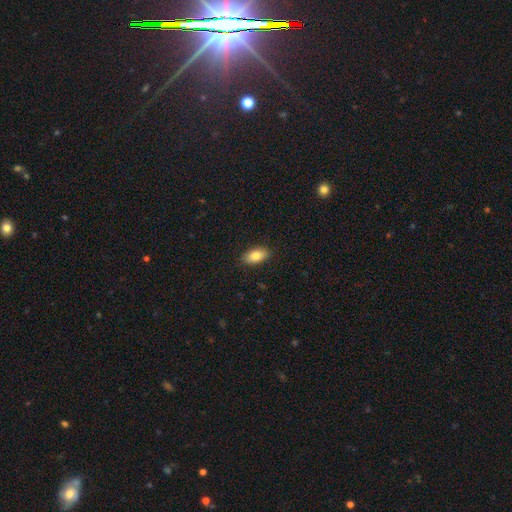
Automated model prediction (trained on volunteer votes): smooth_or_featured: smooth (p=0.82) [alt: featured or disk p=0.10]
how_rounded: in between (p=0.92) [alt: round p=0.05]
merging: none (p=0.88) [alt: minor disturbance p=0.09]